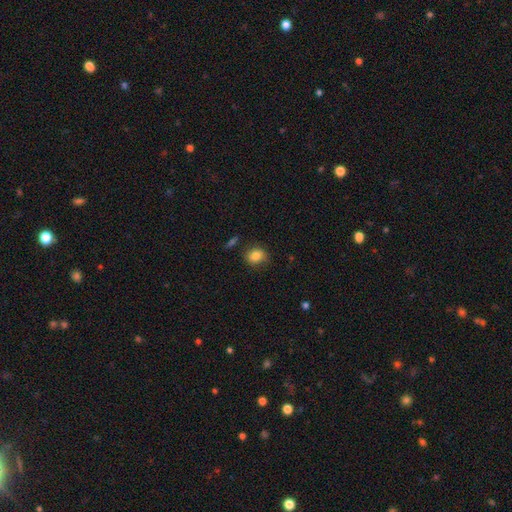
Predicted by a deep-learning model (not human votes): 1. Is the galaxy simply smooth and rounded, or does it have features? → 82% smooth, 10% star or artifact, 9% featured or disk.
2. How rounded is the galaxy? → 64% round, 35% in between, 1% cigar-shaped.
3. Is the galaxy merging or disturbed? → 78% none, 16% minor disturbance, 4% major disturbance, 3% merger.